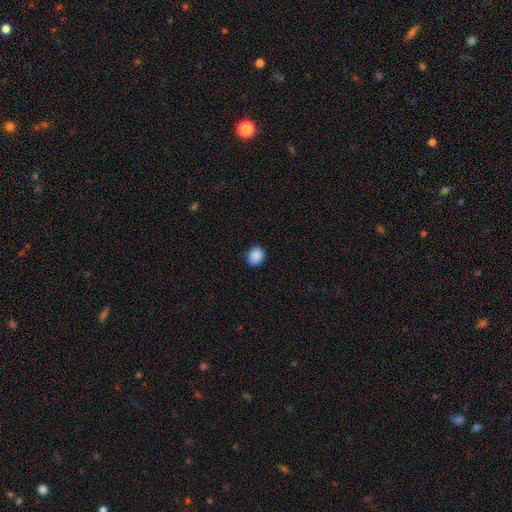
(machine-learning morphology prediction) The model was most divided on "how rounded": round: 72%, in between: 27%, cigar-shaped: 1%. More confident: smooth or featured — smooth (89%); merging — none (87%).